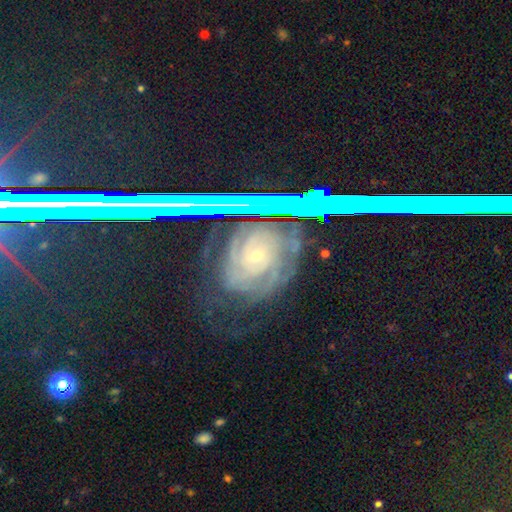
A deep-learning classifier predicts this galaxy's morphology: smooth-or-featured: featured or disk: 75% | star or artifact: 16% | smooth: 10%
  disk-edge-on: no: 96% | yes: 4%
    bar: no: 71% | weak: 21% | strong: 8%
    has-spiral-arms: yes: 96% | no: 4%
      spiral-winding: tight: 74% | medium: 21% | loose: 5%
      spiral-arm-count: 2: 30% | can't tell: 26% | 3: 20% | 4: 9% | more than 4: 8% | 1: 8%
    bulge-size: small: 74% | moderate: 22% | large: 2% | none: 2% | dominant: 1%
  merging: none: 69% | minor disturbance: 19% | major disturbance: 9% | merger: 3%